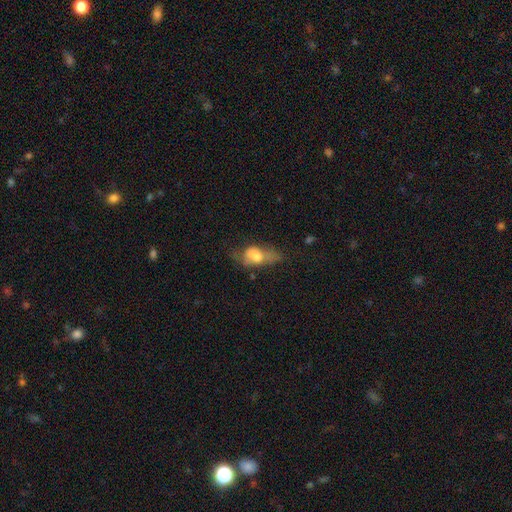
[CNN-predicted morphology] smooth_or_featured: smooth (p=0.56) [alt: featured or disk p=0.33]
how_rounded: in between (p=0.81) [alt: round p=0.11]
merging: major disturbance (p=0.41) [alt: minor disturbance p=0.26]